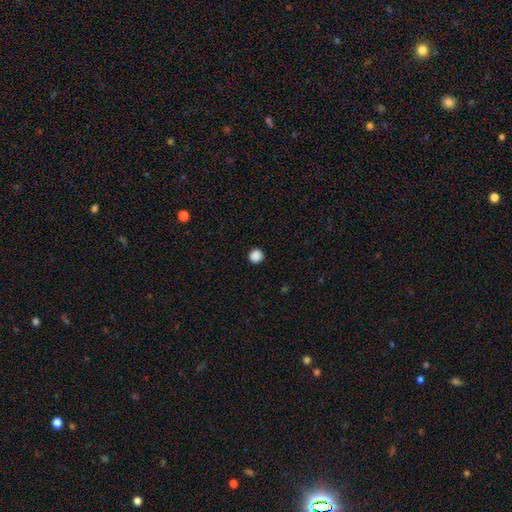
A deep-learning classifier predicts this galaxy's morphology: smooth-or-featured: smooth: 88% | star or artifact: 10% | featured or disk: 2%
  how-rounded: round: 94% | in between: 5% | cigar-shaped: 1%
  merging: none: 93% | minor disturbance: 5% | major disturbance: 2% | merger: 1%